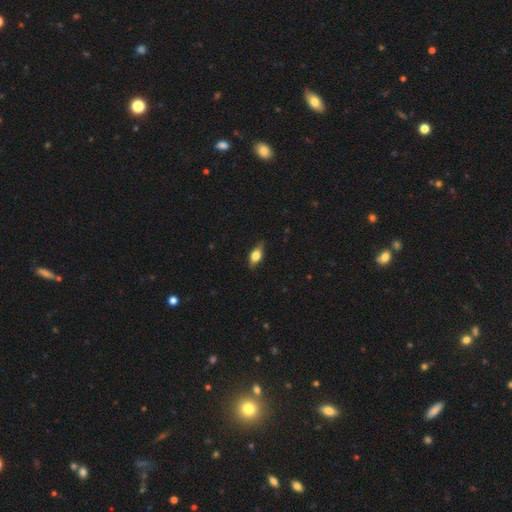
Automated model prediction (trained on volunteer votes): smooth 58%, featured or disk 34%, star or artifact 8%. Down the decision tree: how rounded — in between (78%); merging — none (82%).